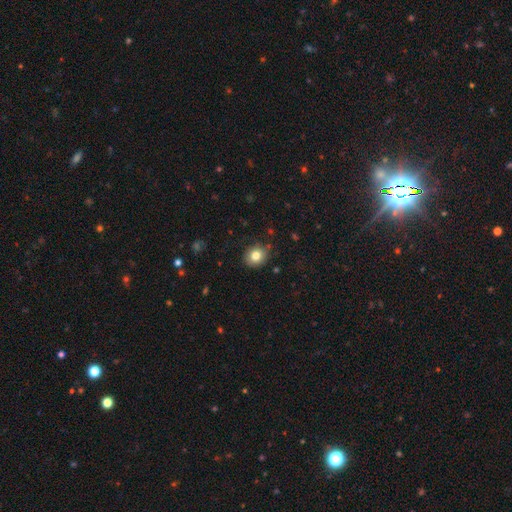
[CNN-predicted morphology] smooth-or-featured: smooth: 81% | star or artifact: 10% | featured or disk: 8%
  how-rounded: round: 76% | in between: 23% | cigar-shaped: 1%
  merging: none: 84% | minor disturbance: 12% | major disturbance: 3% | merger: 1%